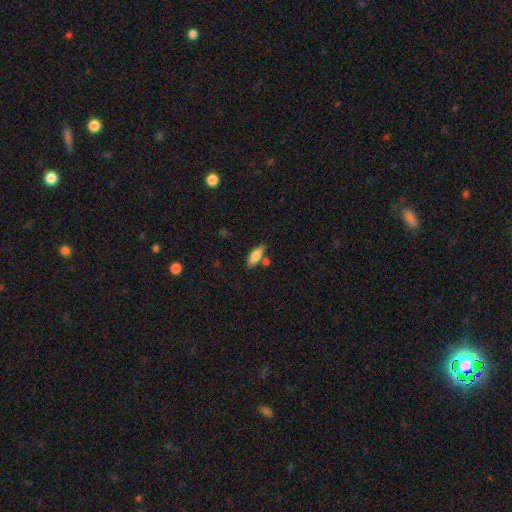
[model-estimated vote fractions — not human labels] Smooth or featured: smooth — 78% (featured or disk — 16%)
How rounded: in between — 69% (cigar-shaped — 29%)
Merging: none — 72% (minor disturbance — 14%)